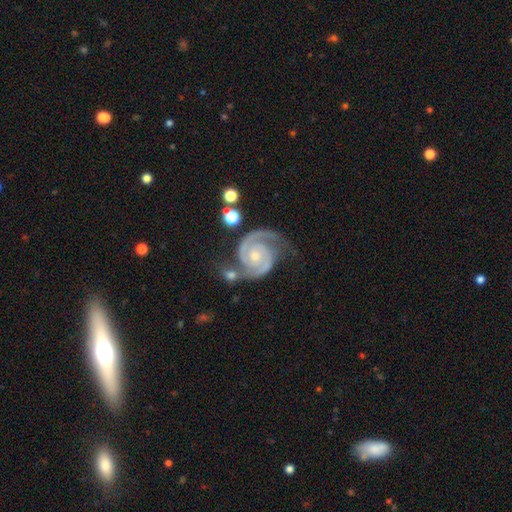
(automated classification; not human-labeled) Smooth or featured? featured or disk (93%)
Edge-on disk? no (98%)
Bar? no (70%)
Spiral arms? yes (99%)
Spiral winding? tight (57%)
Spiral arm count? 2 (92%)
Bulge size? small (52%)
Merging? none (64%)